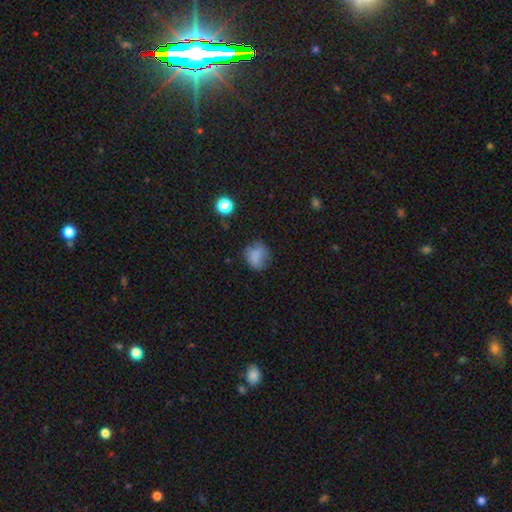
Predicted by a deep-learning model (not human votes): This is likely a smooth galaxy (78%). How rounded: likely round (65%). Merging: likely none (63%).